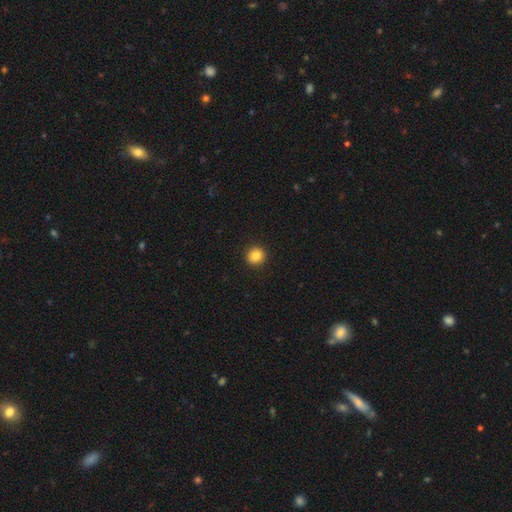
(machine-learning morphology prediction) type=smooth (85%); roundness=round (91%); merging=none (93%).